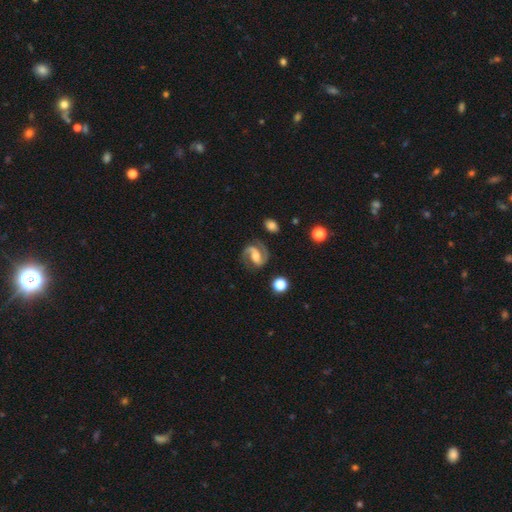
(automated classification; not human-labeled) smooth-or-featured: featured or disk: 88% | smooth: 7% | star or artifact: 5%
  disk-edge-on: no: 97% | yes: 3%
    bar: weak: 40% | strong: 36% | no: 23%
    has-spiral-arms: yes: 97% | no: 3%
      spiral-winding: medium: 57% | loose: 22% | tight: 21%
      spiral-arm-count: 2: 92% | 1: 3% | can't tell: 2% | 3: 1% | 4: 1% | more than 4: 1%
    bulge-size: moderate: 61% | small: 24% | large: 10% | none: 3% | dominant: 1%
  merging: none: 79% | minor disturbance: 13% | major disturbance: 6% | merger: 2%